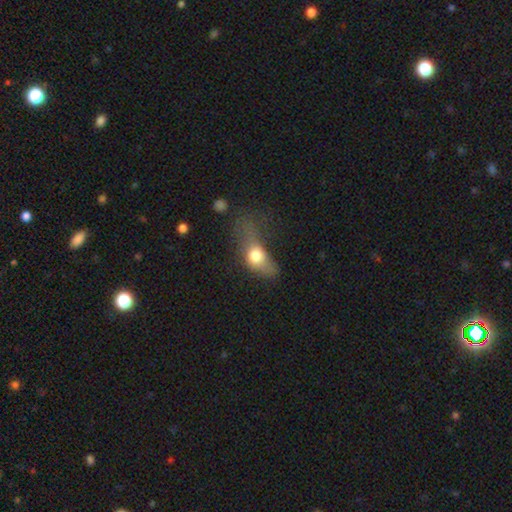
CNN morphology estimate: This appears to be a smooth galaxy with no disk features (71%) that is in between round and cigar-shaped (69%). Merging: major disturbance (51%).